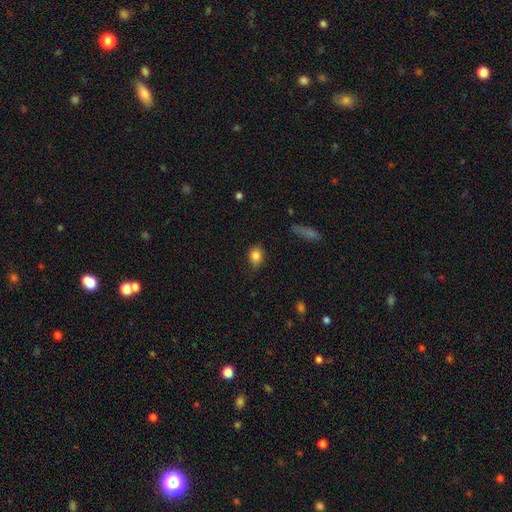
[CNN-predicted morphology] A smooth galaxy with no disk features (83%) that is round (50%).

Vote fractions:
- Smooth or featured? smooth: 83% / star or artifact: 9% / featured or disk: 7%
- How rounded? round: 50% / in between: 48% / cigar-shaped: 2%
- Merging? none: 74% / minor disturbance: 20% / major disturbance: 4% / merger: 1%